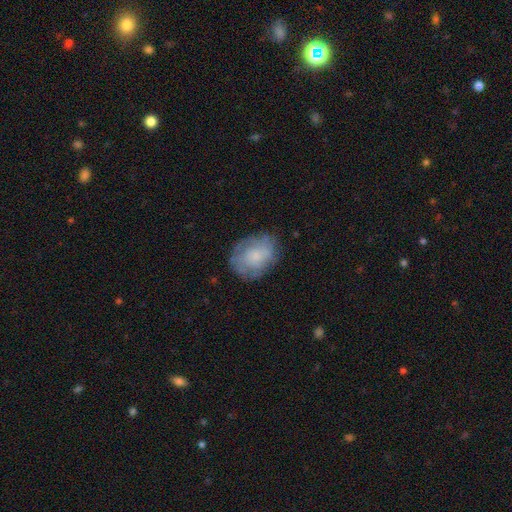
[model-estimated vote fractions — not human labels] smooth_or_featured: smooth (p=0.52) [alt: featured or disk p=0.40]
how_rounded: in between (p=0.61) [alt: round p=0.38]
merging: none (p=0.71) [alt: minor disturbance p=0.20]